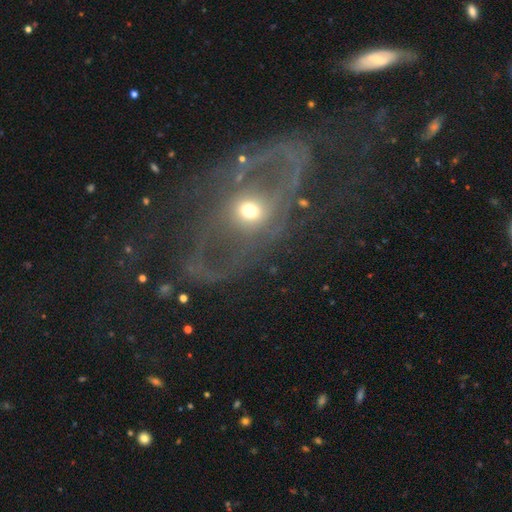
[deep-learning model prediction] Smooth or featured? featured or disk (80%)
Edge-on disk? no (94%)
Bar? no (62%)
Spiral arms? yes (79%)
Spiral winding? medium (43%)
Spiral arm count? 2 (80%)
Bulge size? moderate (50%)
Merging? none (60%)